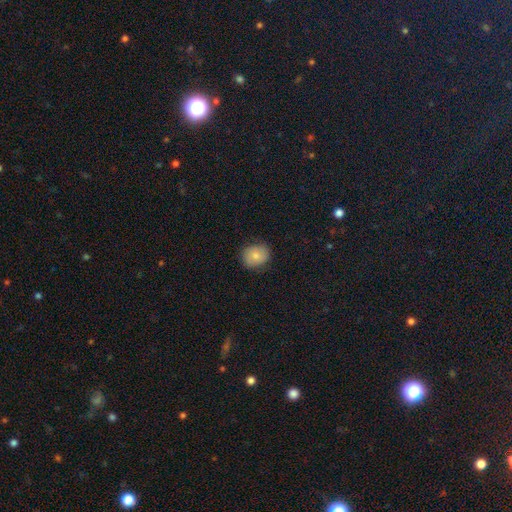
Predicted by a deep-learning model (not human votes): Overall: smooth (78%). How rounded: round (70%). Merging: none (83%).